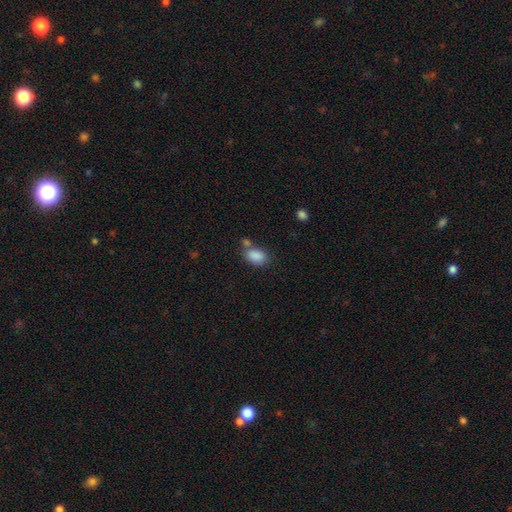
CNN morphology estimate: Smooth or featured?
  - smooth: 87% *
  - star or artifact: 9%
  - featured or disk: 5%
How rounded?
  - in between: 83% *
  - round: 16%
  - cigar-shaped: 1%
Merging?
  - none: 58% *
  - merger: 20%
  - minor disturbance: 16%
  - major disturbance: 6%